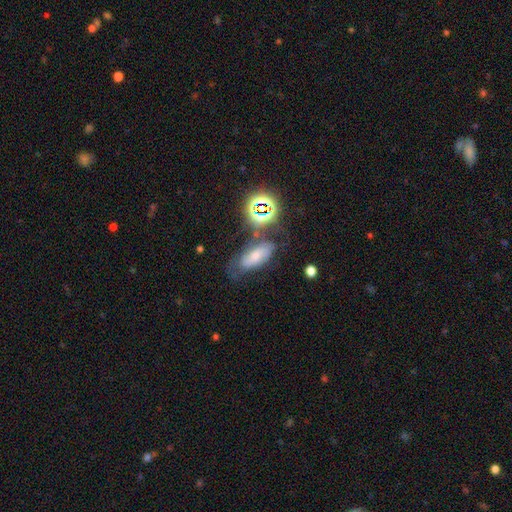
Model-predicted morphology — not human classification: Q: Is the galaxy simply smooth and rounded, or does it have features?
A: smooth — 47%.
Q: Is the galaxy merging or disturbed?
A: none — 52%.